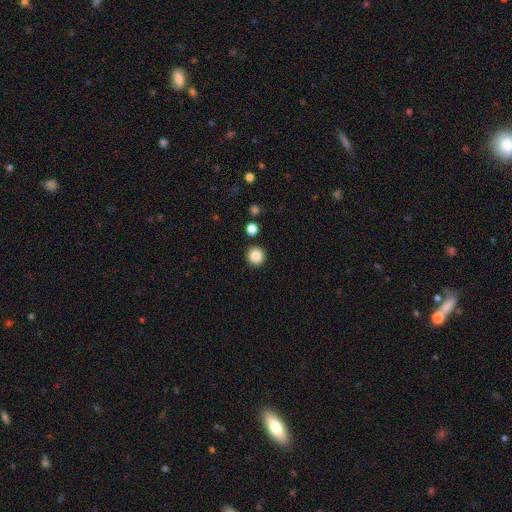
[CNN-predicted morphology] smooth 86%, star or artifact 10%, featured or disk 4%. Down the decision tree: how rounded — round (94%); merging — none (90%).